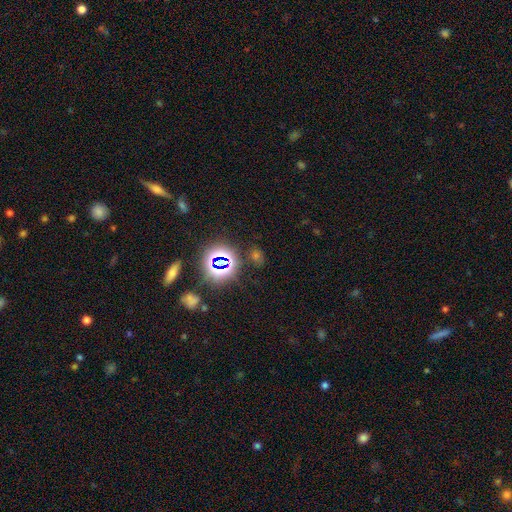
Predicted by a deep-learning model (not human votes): smooth_or_featured: star or artifact (p=0.57) [alt: smooth p=0.34]